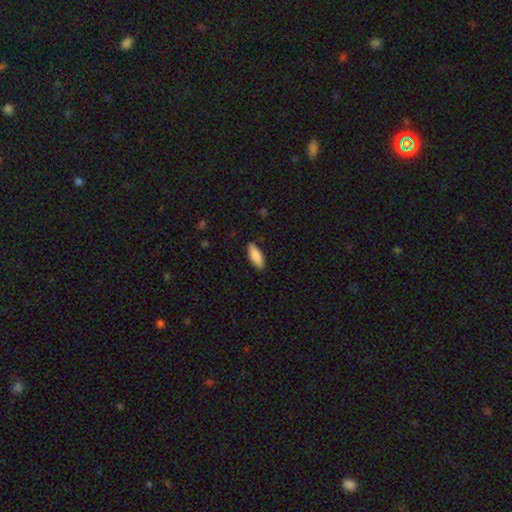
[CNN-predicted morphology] Smooth or featured: smooth — 87% (featured or disk — 8%)
How rounded: in between — 72% (cigar-shaped — 26%)
Merging: none — 86% (minor disturbance — 11%)